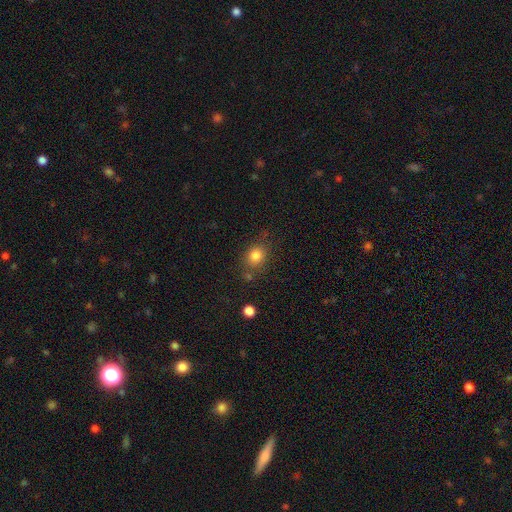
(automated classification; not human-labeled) smooth_or_featured: smooth (p=0.82) [alt: star or artifact p=0.11]
how_rounded: round (p=0.63) [alt: in between p=0.36]
merging: none (p=0.73) [alt: minor disturbance p=0.15]